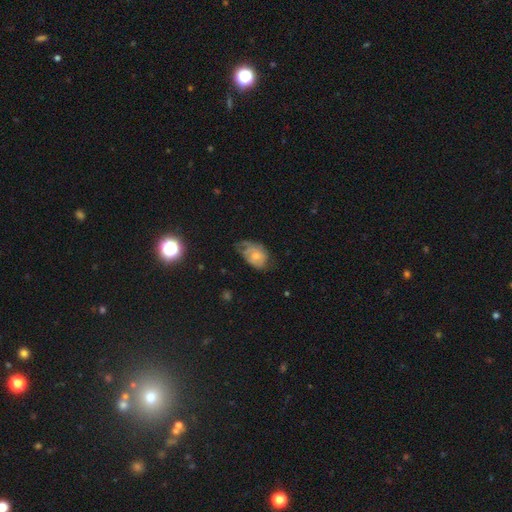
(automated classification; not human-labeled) smooth 47%, featured or disk 45%, star or artifact 8%. Down the decision tree: merging — minor disturbance (36%).